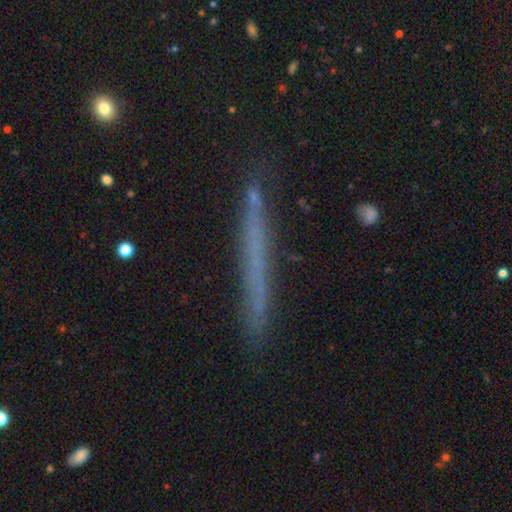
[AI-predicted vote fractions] Q: Smooth or featured?
A: smooth (47%); runner-up: featured or disk (39%)
Q: Merging?
A: none (87%); runner-up: minor disturbance (9%)